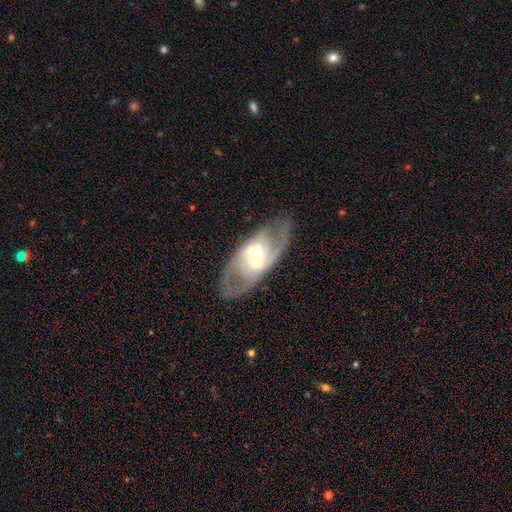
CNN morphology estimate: smooth_or_featured: featured or disk (p=0.77) [alt: smooth p=0.17]
disk_edge_on: no (p=0.90) [alt: yes p=0.10]
bar: weak (p=0.44) [alt: strong p=0.35]
has_spiral_arms: yes (p=0.83) [alt: no p=0.17]
spiral_winding: medium (p=0.48) [alt: tight p=0.27]
spiral_arm_count: 2 (p=0.74) [alt: can't tell p=0.16]
bulge_size: moderate (p=0.43) [tied with: small p=0.43]
merging: none (p=0.77) [alt: minor disturbance p=0.14]